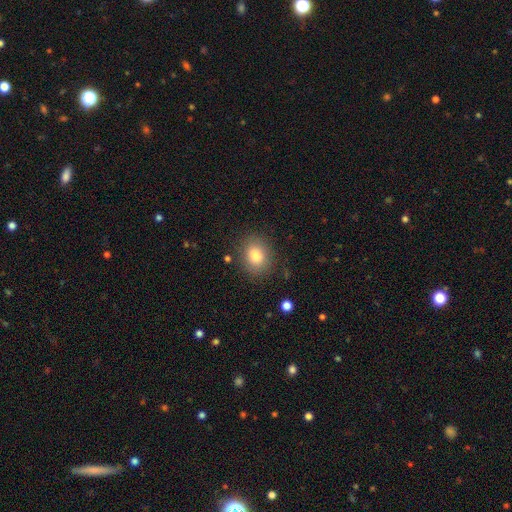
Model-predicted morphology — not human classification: type=smooth (81%); roundness=round (52%); merging=none (84%).